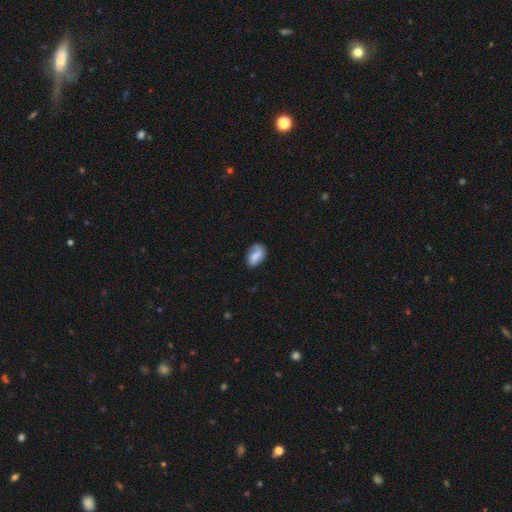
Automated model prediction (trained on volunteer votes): Smooth or featured? Predicted: smooth (p=0.72). How rounded? Predicted: in between (p=0.86). Merging? Predicted: none (p=0.57).